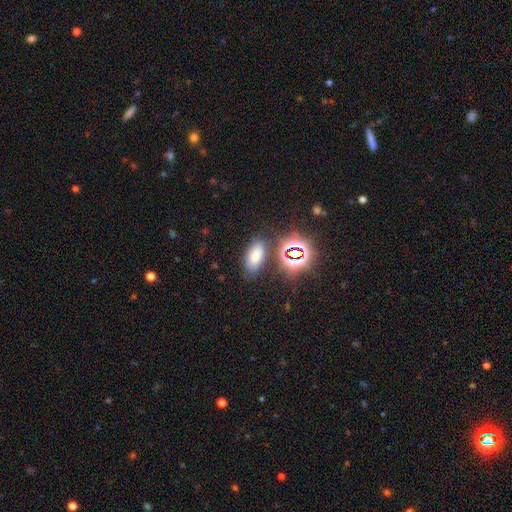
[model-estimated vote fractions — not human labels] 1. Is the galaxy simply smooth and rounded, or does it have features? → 64% smooth, 27% star or artifact, 9% featured or disk.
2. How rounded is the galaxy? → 87% in between, 8% round, 4% cigar-shaped.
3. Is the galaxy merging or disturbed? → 75% none, 14% minor disturbance, 7% merger, 5% major disturbance.